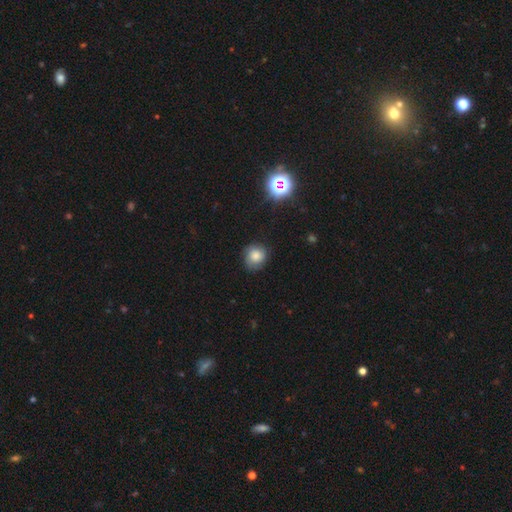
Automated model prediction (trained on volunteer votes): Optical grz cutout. It shows a smooth galaxy with no disk features (67%) that is round (82%). Merging: none (74%).